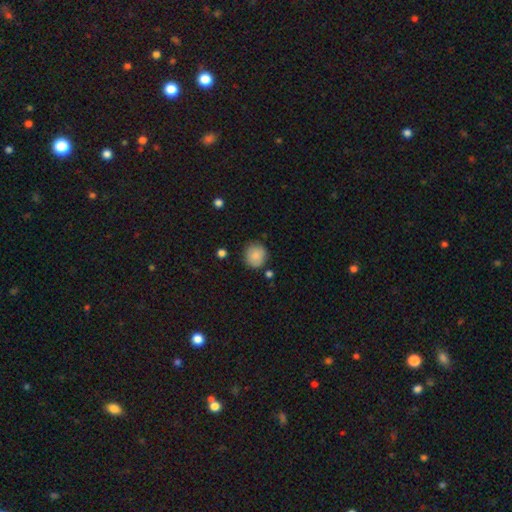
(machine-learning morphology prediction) Overall: smooth (86%). How rounded: round (89%). Merging: none (81%).